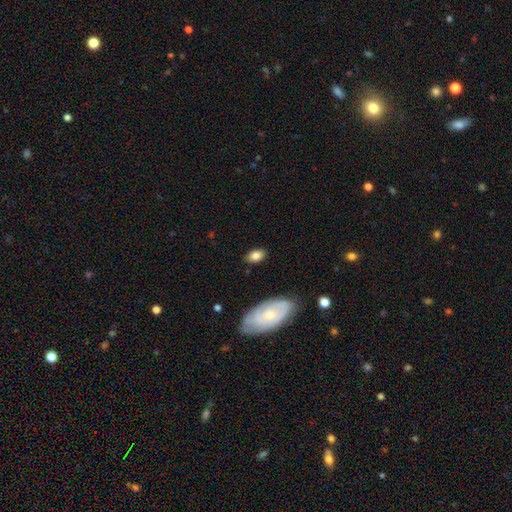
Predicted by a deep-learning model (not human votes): Q: Smooth or featured?
A: smooth (80%); runner-up: featured or disk (12%)
Q: How rounded?
A: in between (88%); runner-up: round (9%)
Q: Merging?
A: none (82%); runner-up: minor disturbance (13%)